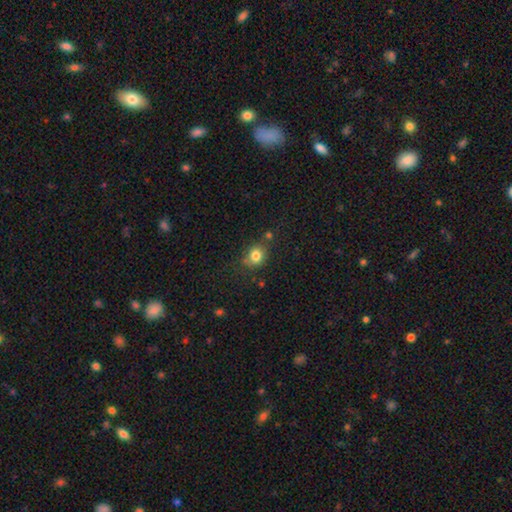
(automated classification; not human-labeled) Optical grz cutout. It shows a smooth galaxy with no disk features (81%) that is round (69%). Merging: none (67%).